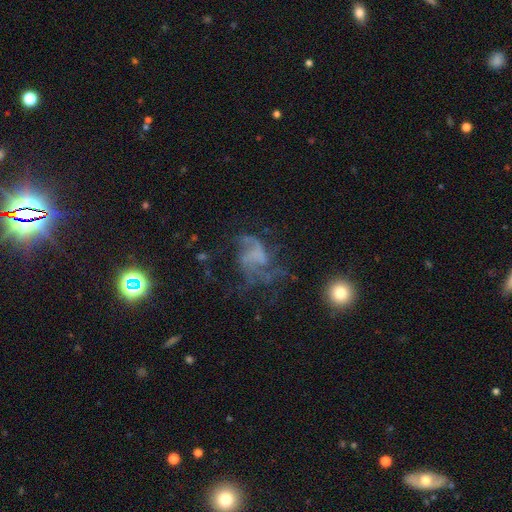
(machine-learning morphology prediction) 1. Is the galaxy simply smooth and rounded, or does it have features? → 65% featured or disk, 18% smooth, 17% star or artifact.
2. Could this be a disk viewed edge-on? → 97% no, 3% yes.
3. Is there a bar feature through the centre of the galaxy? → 68% no, 25% weak, 8% strong.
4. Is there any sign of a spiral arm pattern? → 69% yes, 31% no.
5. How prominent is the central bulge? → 70% none, 14% small, 10% moderate, 4% large, 2% dominant.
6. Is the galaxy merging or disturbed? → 42% major disturbance, 37% none, 17% minor disturbance, 4% merger.